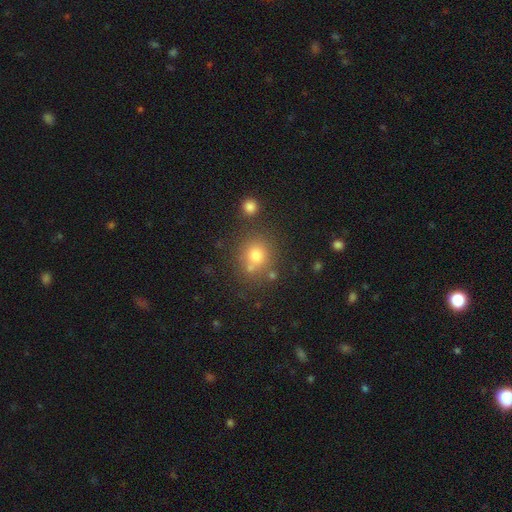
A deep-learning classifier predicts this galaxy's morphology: This appears to be a smooth galaxy with no disk features (74%) that is round (85%). Merging: none (69%).